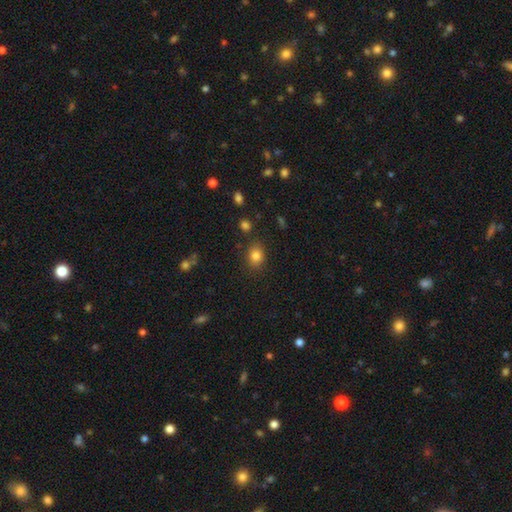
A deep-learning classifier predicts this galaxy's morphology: This is clearly a smooth galaxy (83%). How rounded: possibly in between (53%). Merging: clearly none (82%).